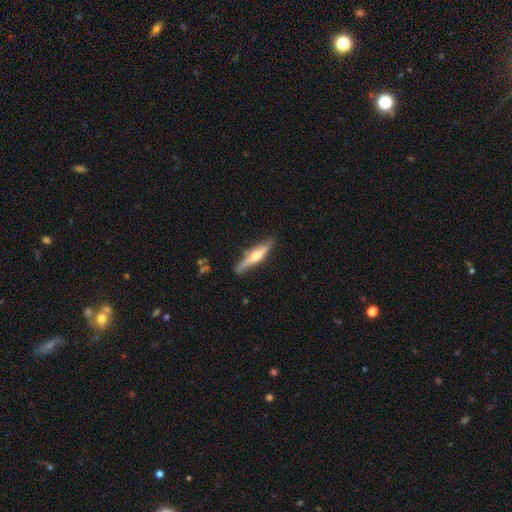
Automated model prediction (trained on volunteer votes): This is possibly a featured or disk galaxy (58%). It is clearly viewed edge-on (93%). Edge-on bulge: clearly rounded (84%). Merging: likely none (77%).